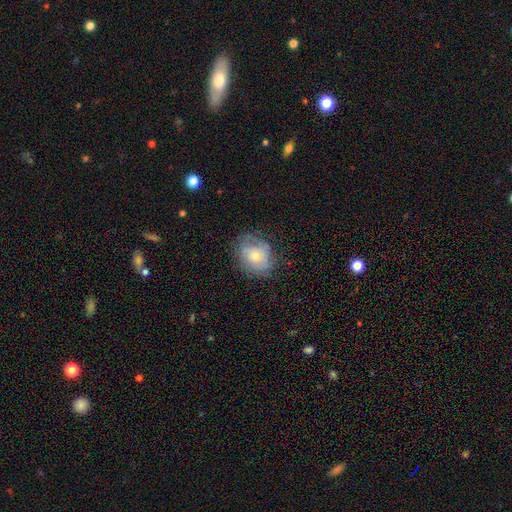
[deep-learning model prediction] Morphology: type=smooth (58%); roundness=round (51%); merging=none (66%).